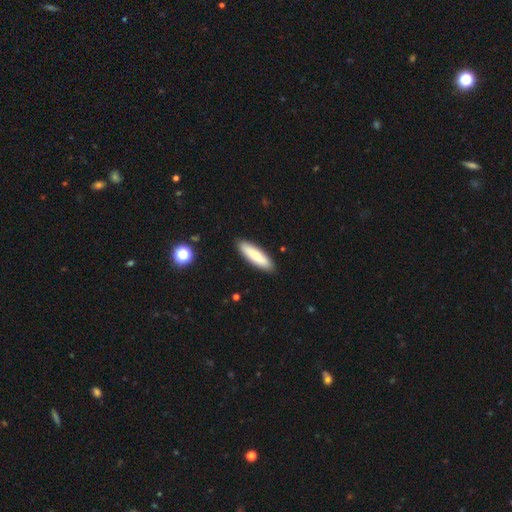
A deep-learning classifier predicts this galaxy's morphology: The model was most divided on "how rounded": cigar-shaped: 61%, in between: 38%, round: 2%. More confident: merging — none (89%); smooth or featured — smooth (74%).